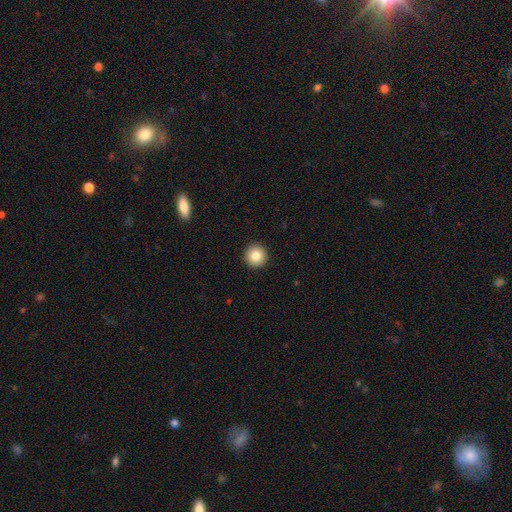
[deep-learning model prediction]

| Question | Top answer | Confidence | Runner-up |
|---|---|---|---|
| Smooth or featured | smooth | 84% | star or artifact (9%) |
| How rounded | round | 95% | in between (4%) |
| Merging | none | 93% | minor disturbance (4%) |